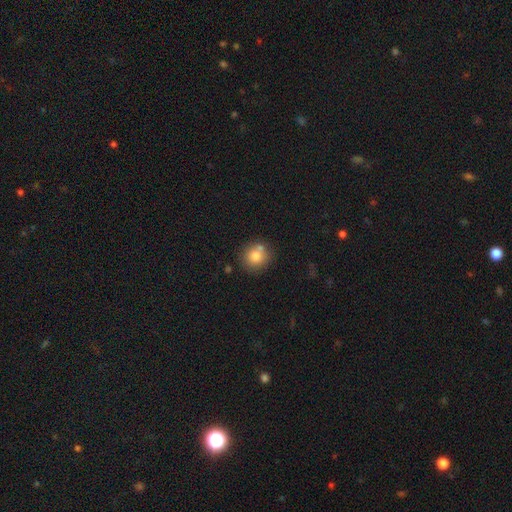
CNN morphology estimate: Overall: smooth (80%). How rounded: round (88%). Merging: none (70%).